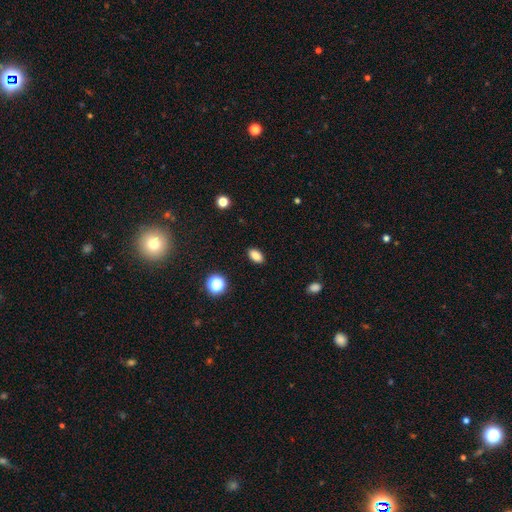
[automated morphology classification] Smooth or featured? Predicted: smooth (p=0.85). How rounded? Predicted: in between (p=0.89). Merging? Predicted: none (p=0.89).